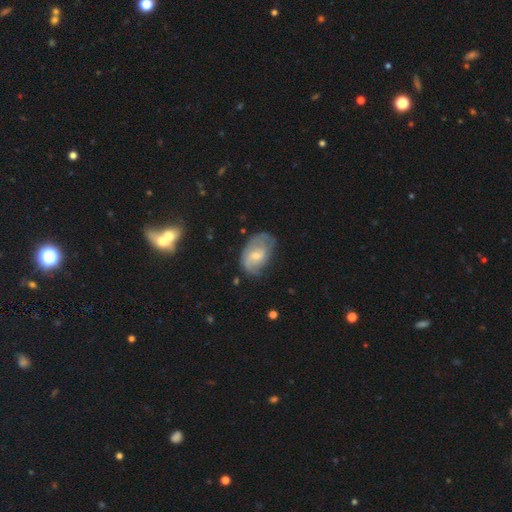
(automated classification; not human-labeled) smooth_or_featured: featured or disk (p=0.57) [alt: smooth p=0.36]
disk_edge_on: no (p=0.96) [alt: yes p=0.04]
bar: weak (p=0.47) [alt: no p=0.45]
has_spiral_arms: yes (p=0.78) [alt: no p=0.22]
bulge_size: small (p=0.55) [alt: moderate p=0.38]
merging: none (p=0.54) [alt: minor disturbance p=0.30]